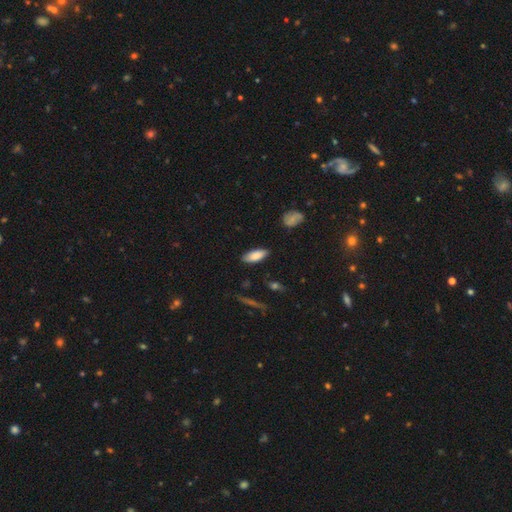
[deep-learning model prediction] smooth-or-featured: smooth: 83% | featured or disk: 10% | star or artifact: 6%
  how-rounded: in between: 77% | cigar-shaped: 22% | round: 2%
  merging: none: 83% | minor disturbance: 13% | major disturbance: 2% | merger: 2%